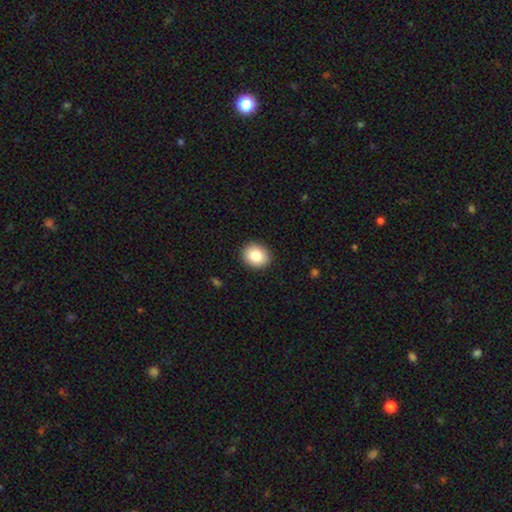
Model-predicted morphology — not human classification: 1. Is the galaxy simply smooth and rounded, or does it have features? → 84% smooth, 9% star or artifact, 8% featured or disk.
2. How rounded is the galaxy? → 71% round, 28% in between, 1% cigar-shaped.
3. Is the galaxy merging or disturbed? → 91% none, 6% minor disturbance, 2% major disturbance, 1% merger.